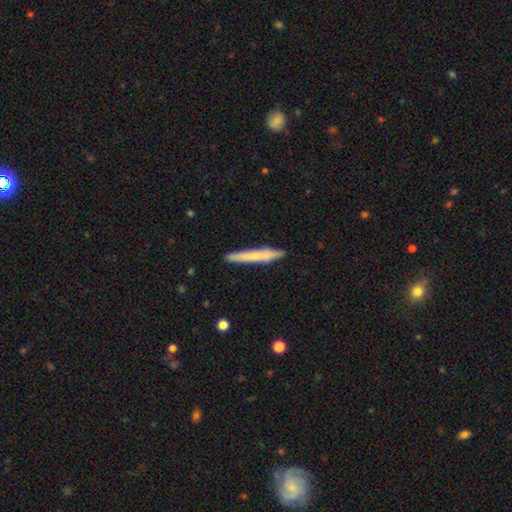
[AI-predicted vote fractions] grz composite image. It shows a smooth galaxy with no disk features (65%) that is cigar-shaped (96%). Merging: none (88%).